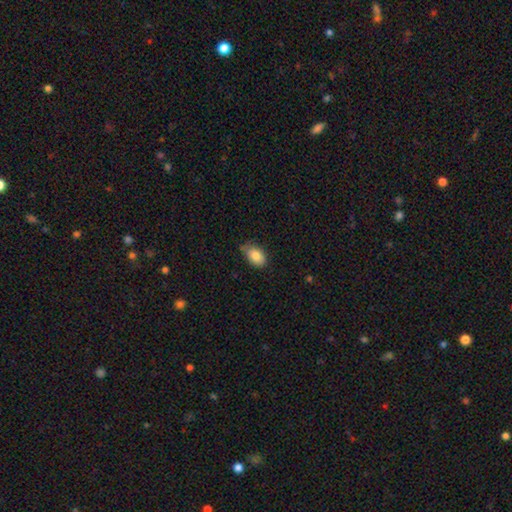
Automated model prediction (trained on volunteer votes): Smooth or featured? Predicted: smooth (p=0.84). How rounded? Predicted: in between (p=0.88). Merging? Predicted: none (p=0.65).